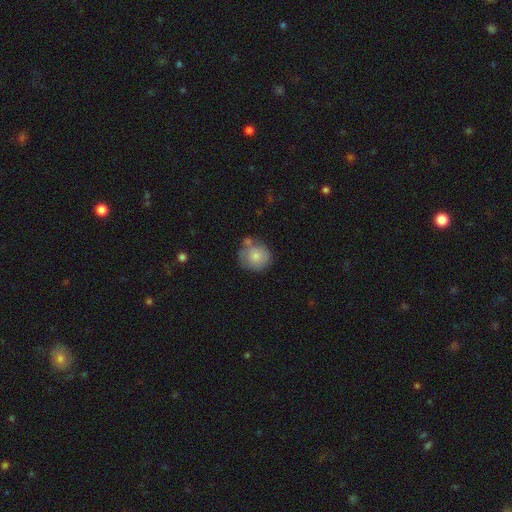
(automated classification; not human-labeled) smooth_or_featured: smooth (p=0.78) [alt: featured or disk p=0.15]
how_rounded: round (p=0.89) [alt: in between p=0.10]
merging: none (p=0.60) [alt: minor disturbance p=0.19]